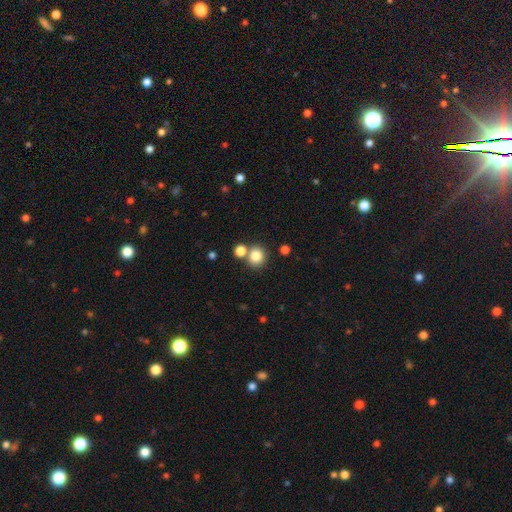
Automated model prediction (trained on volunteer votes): Smooth or featured? Predicted: smooth (p=0.83). How rounded? Predicted: round (p=0.86). Merging? Predicted: none (p=0.68).